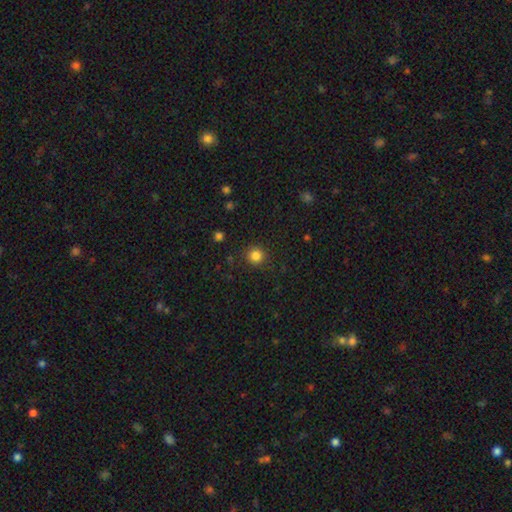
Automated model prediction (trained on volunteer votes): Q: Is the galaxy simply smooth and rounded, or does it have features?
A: smooth — 84%.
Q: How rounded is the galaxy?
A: round — 92%.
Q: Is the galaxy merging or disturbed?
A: none — 88%.